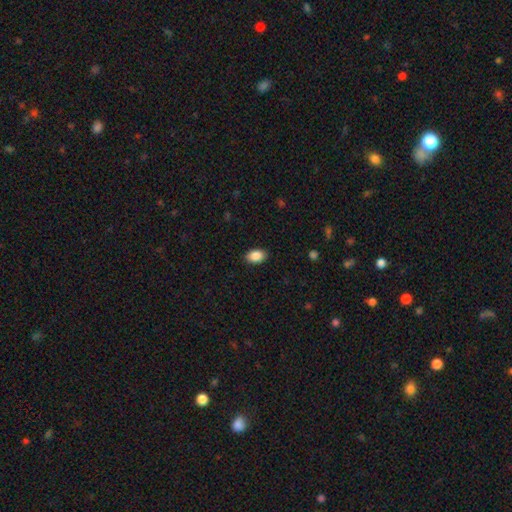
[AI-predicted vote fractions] smooth 89%, star or artifact 7%, featured or disk 4%. Down the decision tree: how rounded — in between (89%); merging — none (89%).